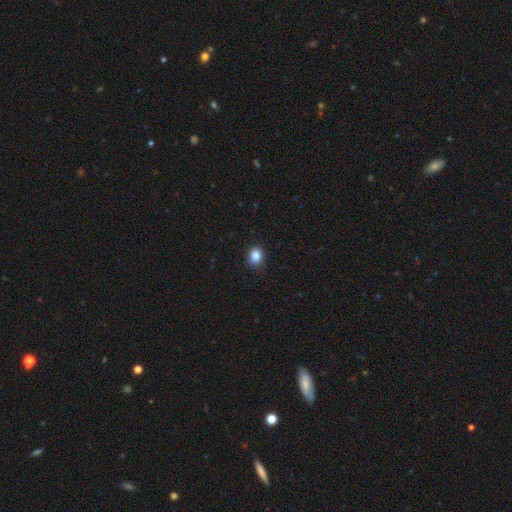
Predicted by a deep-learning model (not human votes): The model was most divided on "how rounded": round: 72%, in between: 27%, cigar-shaped: 1%. More confident: merging — none (89%); smooth or featured — smooth (85%).